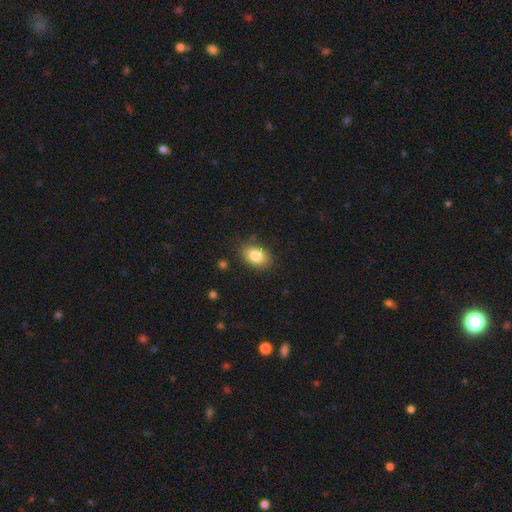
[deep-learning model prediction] Overall: smooth (83%). How rounded: in between (79%). Merging: none (82%).